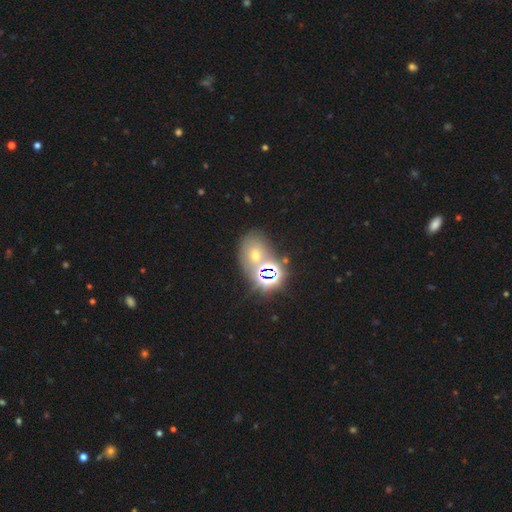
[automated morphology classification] The model was most divided on "smooth or featured": star or artifact: 47%, smooth: 34%, featured or disk: 19%.